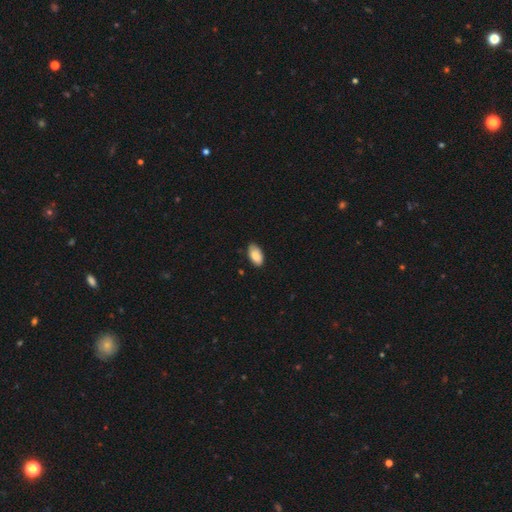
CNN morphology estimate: Smooth or featured? smooth (87%)
How rounded? in between (95%)
Merging? none (76%)